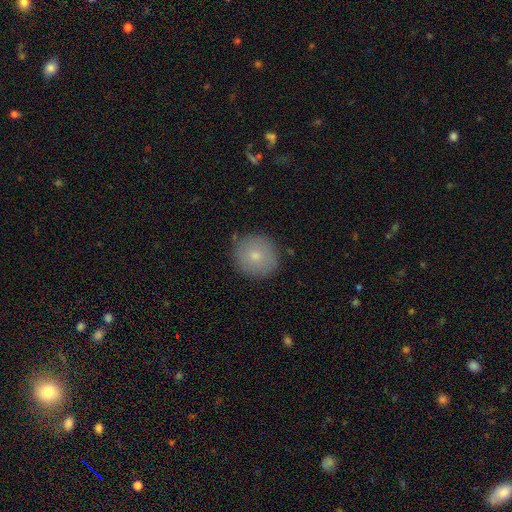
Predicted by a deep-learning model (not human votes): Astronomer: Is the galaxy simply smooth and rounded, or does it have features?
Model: smooth — 75%.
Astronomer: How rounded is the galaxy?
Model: round — 93%.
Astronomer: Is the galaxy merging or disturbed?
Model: none — 87%.